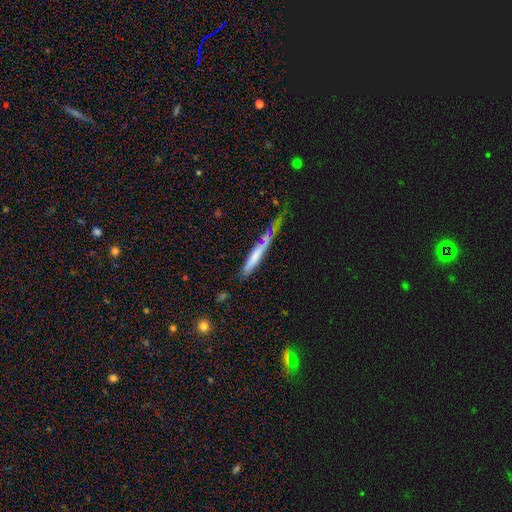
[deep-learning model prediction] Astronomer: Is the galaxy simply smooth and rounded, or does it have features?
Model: smooth — 57% (runner-up: featured or disk, 37%).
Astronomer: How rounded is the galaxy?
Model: cigar-shaped — 92%.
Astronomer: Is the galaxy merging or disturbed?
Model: none — 42% (runner-up: minor disturbance, 30%).